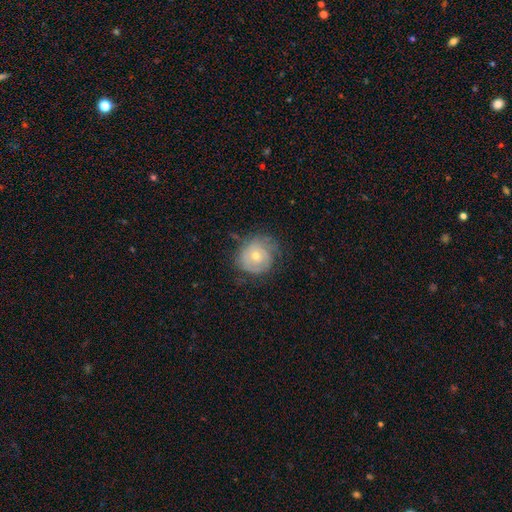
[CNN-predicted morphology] A featured or disk galaxy (59%) with no bar (82%), spiral arms (71%) and a moderate central bulge (54%). Merging: none (64%).